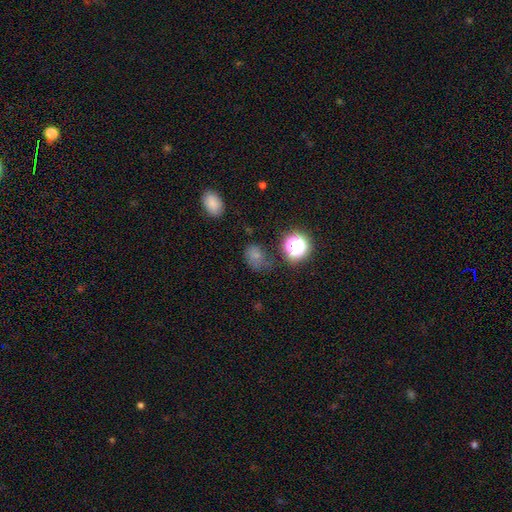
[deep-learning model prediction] This is likely a smooth galaxy (68%). How rounded: possibly in between (54%). Merging: possibly none (52%).